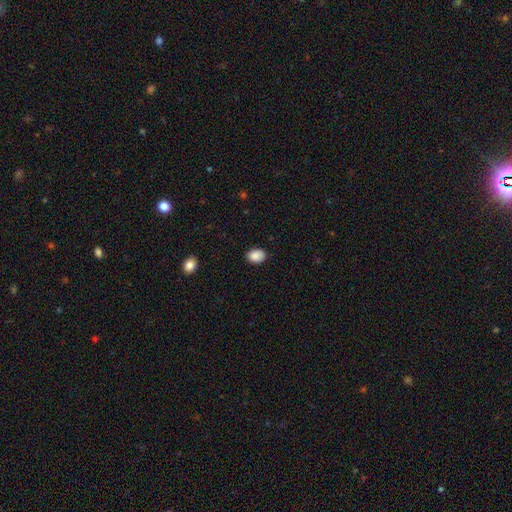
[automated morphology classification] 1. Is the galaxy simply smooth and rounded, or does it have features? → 89% smooth, 8% star or artifact, 4% featured or disk.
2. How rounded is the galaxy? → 74% in between, 25% round, 1% cigar-shaped.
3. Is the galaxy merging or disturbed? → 87% none, 10% minor disturbance, 2% major disturbance, 1% merger.